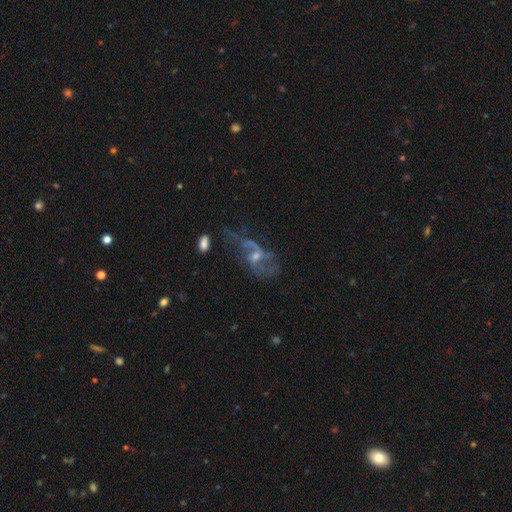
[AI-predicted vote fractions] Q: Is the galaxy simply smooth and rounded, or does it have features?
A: featured or disk — 75%.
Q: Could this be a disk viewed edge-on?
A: no — 94%.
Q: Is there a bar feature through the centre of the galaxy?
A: no — 45%.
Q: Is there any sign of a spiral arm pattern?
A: yes — 77%.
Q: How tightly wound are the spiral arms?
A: loose — 64%.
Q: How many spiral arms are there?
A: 2 — 67%.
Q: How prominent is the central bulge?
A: small — 51%.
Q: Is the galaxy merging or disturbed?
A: none — 42%.